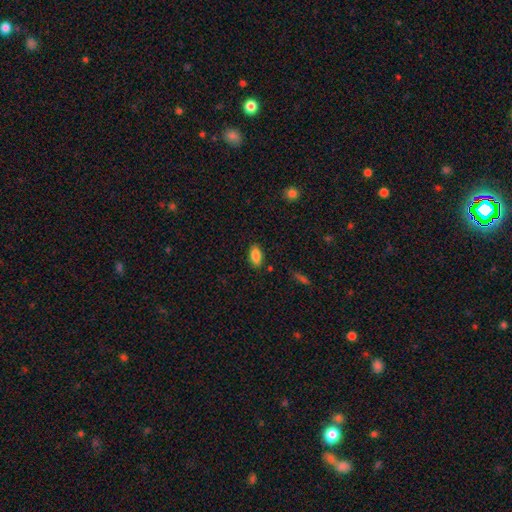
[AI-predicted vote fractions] Smooth or featured: smooth — 86% (star or artifact — 8%)
How rounded: in between — 91% (cigar-shaped — 5%)
Merging: none — 86% (minor disturbance — 10%)